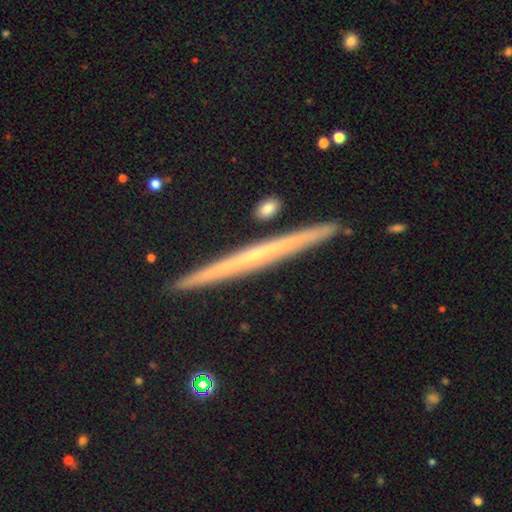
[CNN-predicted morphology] Smooth or featured? featured or disk (65%)
Edge-on disk? yes (97%)
Edge-on bulge? none (76%)
Merging? none (90%)